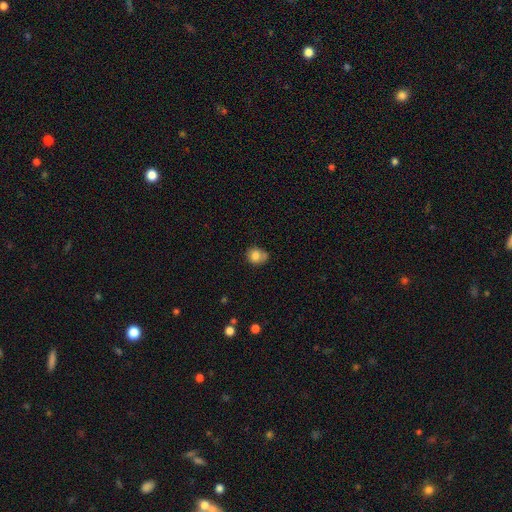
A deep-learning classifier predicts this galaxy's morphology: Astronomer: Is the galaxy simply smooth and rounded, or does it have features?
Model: smooth — 80%.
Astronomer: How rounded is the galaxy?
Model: round — 67%.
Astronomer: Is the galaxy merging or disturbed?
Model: none — 54% (runner-up: minor disturbance, 32%).